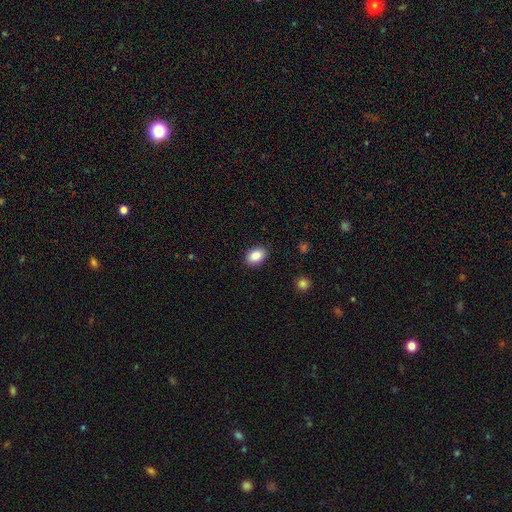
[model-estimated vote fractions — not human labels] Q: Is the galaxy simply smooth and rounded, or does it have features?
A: smooth — 88%.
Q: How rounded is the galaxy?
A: in between — 85%.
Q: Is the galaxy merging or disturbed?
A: none — 88%.